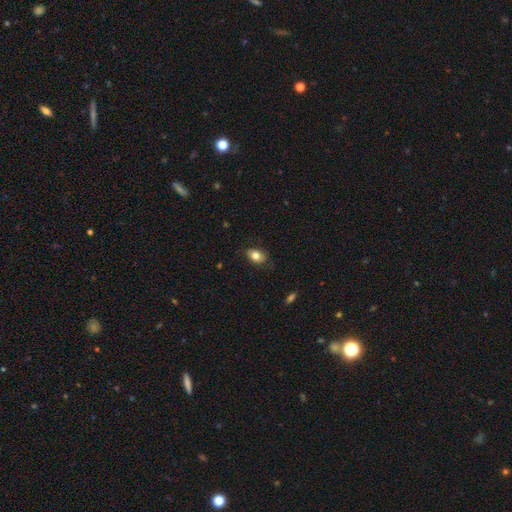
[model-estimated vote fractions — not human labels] smooth_or_featured: smooth (p=0.80) [alt: featured or disk p=0.11]
how_rounded: in between (p=0.82) [alt: round p=0.16]
merging: none (p=0.77) [alt: minor disturbance p=0.18]